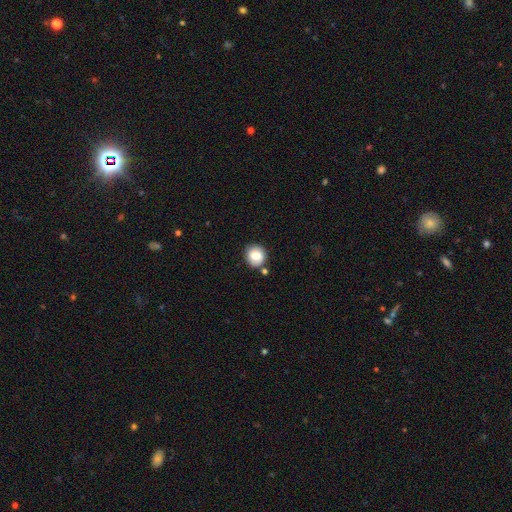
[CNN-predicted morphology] type=smooth (77%); roundness=round (85%); merging=none (78%).